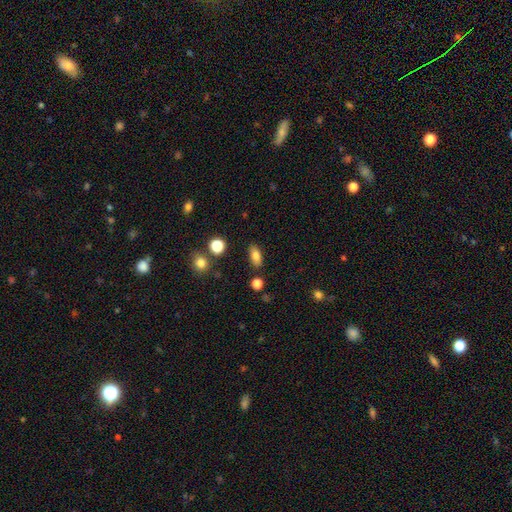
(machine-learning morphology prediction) smooth_or_featured: smooth (p=0.81) [alt: star or artifact p=0.10]
how_rounded: in between (p=0.84) [alt: cigar-shaped p=0.09]
merging: none (p=0.85) [alt: minor disturbance p=0.10]